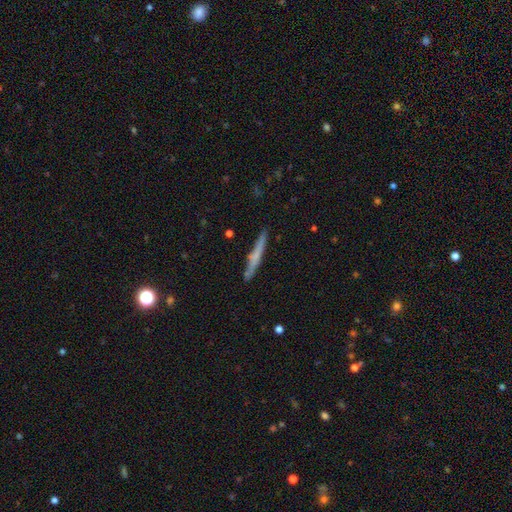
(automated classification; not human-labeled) A smooth galaxy with no disk features (51%) that is cigar-shaped (96%).

Vote fractions:
- Smooth or featured? smooth: 51% / featured or disk: 43% / star or artifact: 6%
- How rounded? cigar-shaped: 96% / in between: 3% / round: 2%
- Merging? none: 88% / minor disturbance: 9% / major disturbance: 2% / merger: 2%